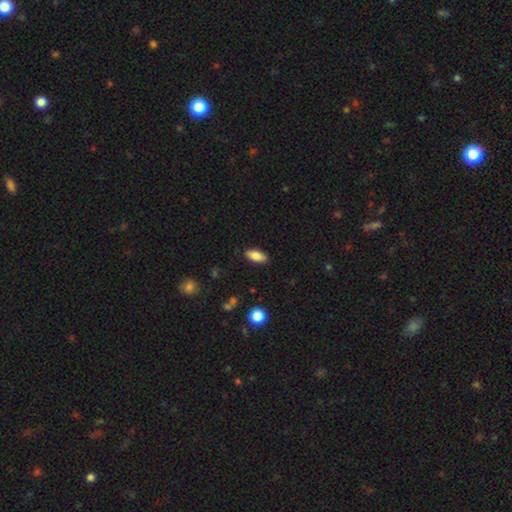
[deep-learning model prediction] Smooth or featured: smooth — 83% (featured or disk — 10%)
How rounded: in between — 85% (cigar-shaped — 13%)
Merging: none — 87% (minor disturbance — 9%)